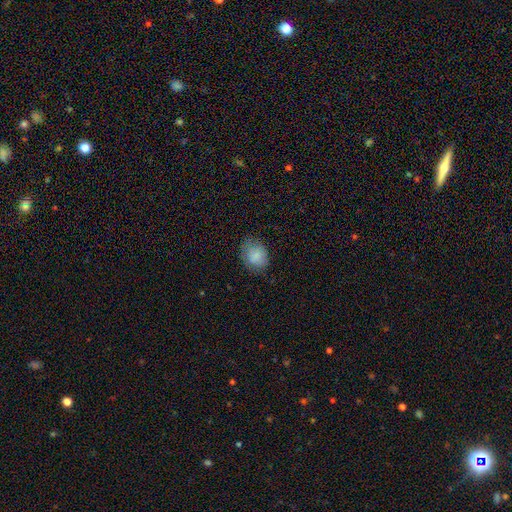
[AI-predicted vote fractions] Smooth or featured: smooth — 83% (featured or disk — 10%)
How rounded: in between — 61% (round — 38%)
Merging: none — 66% (minor disturbance — 26%)